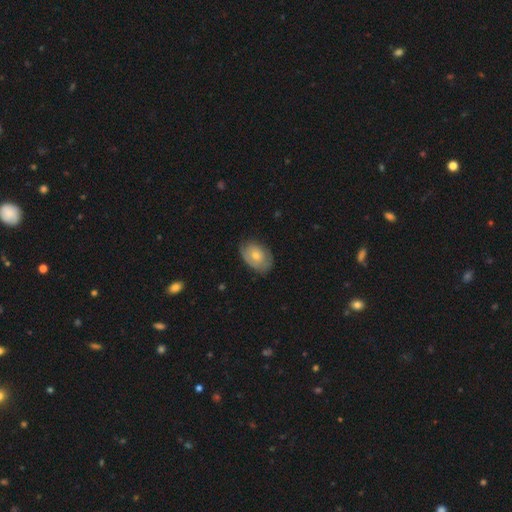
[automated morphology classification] Overall: smooth (59%; featured or disk 35%). How rounded: in between (83%). Merging: none (71%).